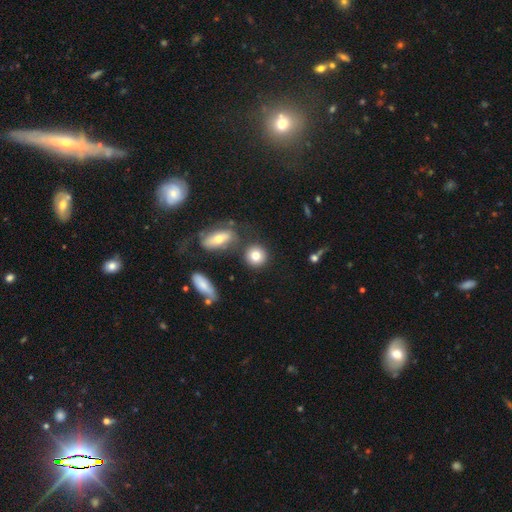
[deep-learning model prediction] smooth-or-featured: smooth: 79% | featured or disk: 11% | star or artifact: 9%
  how-rounded: round: 83% | in between: 15% | cigar-shaped: 2%
  merging: none: 75% | merger: 10% | minor disturbance: 10% | major disturbance: 5%